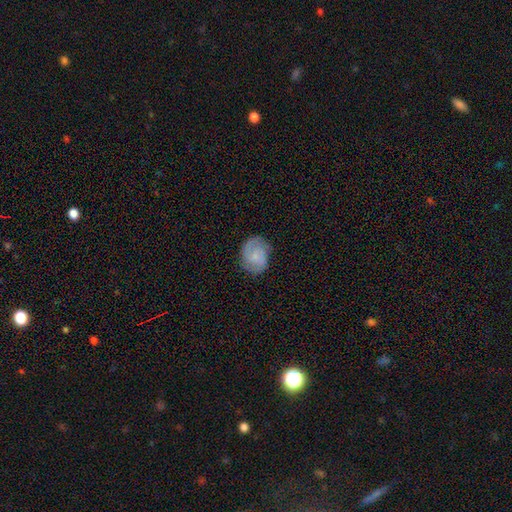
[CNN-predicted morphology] Smooth or featured? featured or disk (59%)
Edge-on disk? no (98%)
Bar? no (61%)
Spiral arms? yes (92%)
Spiral winding? medium (45%)
Spiral arm count? 2 (72%)
Bulge size? small (53%)
Merging? none (75%)